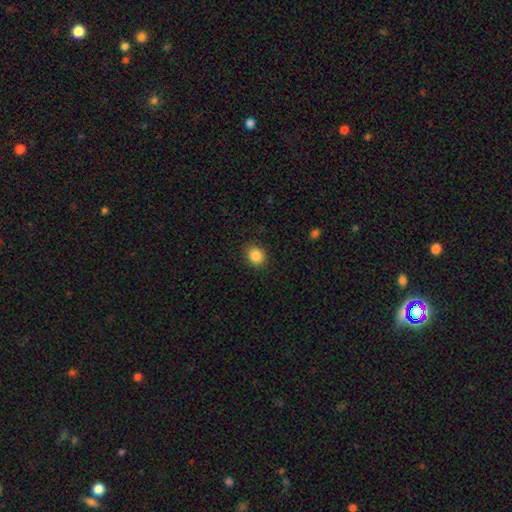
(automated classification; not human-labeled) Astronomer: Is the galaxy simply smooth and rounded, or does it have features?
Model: smooth — 86%.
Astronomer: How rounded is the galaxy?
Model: round — 65%.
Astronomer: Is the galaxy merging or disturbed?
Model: none — 89%.